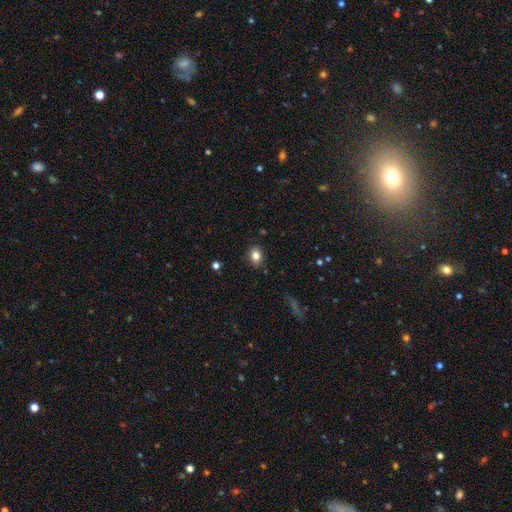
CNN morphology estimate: smooth_or_featured: smooth (p=0.82) [alt: star or artifact p=0.10]
how_rounded: in between (p=0.61) [alt: round p=0.38]
merging: none (p=0.86) [alt: minor disturbance p=0.10]